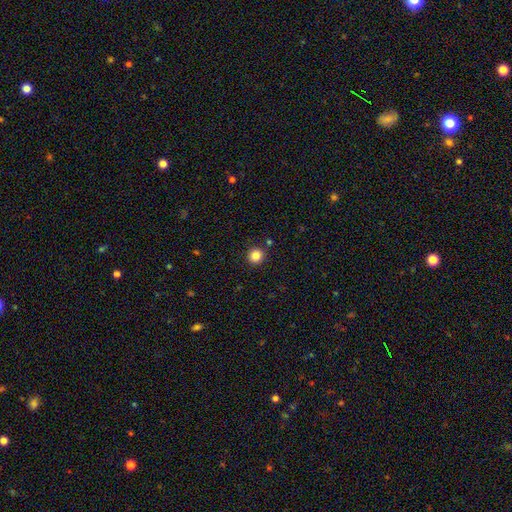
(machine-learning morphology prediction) Smooth or featured? Predicted: smooth (p=0.84). How rounded? Predicted: round (p=0.93). Merging? Predicted: none (p=0.89).